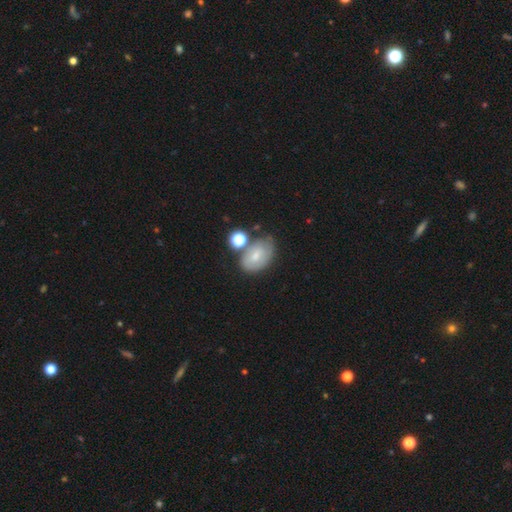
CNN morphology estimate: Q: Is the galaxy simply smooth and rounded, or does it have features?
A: smooth — 57%.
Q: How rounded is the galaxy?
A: in between — 83%.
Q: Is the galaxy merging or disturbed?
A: none — 53%.